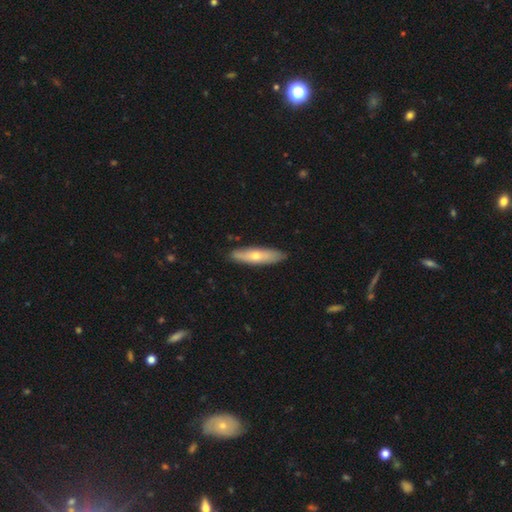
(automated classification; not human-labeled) smooth 55%, featured or disk 39%, star or artifact 6%. Down the decision tree: how rounded — cigar-shaped (73%); merging — none (88%).